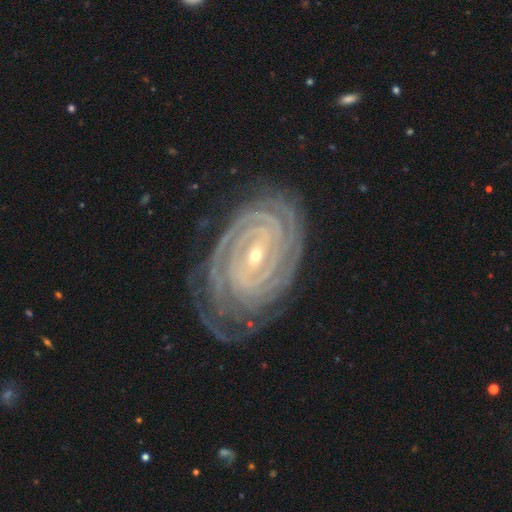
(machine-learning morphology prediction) Smooth or featured? Predicted: featured or disk (p=0.93). Edge-on disk? Predicted: no (p=0.97). Bar? Predicted: strong (p=0.38). Spiral arms? Predicted: yes (p=0.99). Spiral winding? Predicted: tight (p=0.90). Spiral arm count? Predicted: 4 (p=0.25). Bulge size? Predicted: small (p=0.73). Merging? Predicted: none (p=0.76).